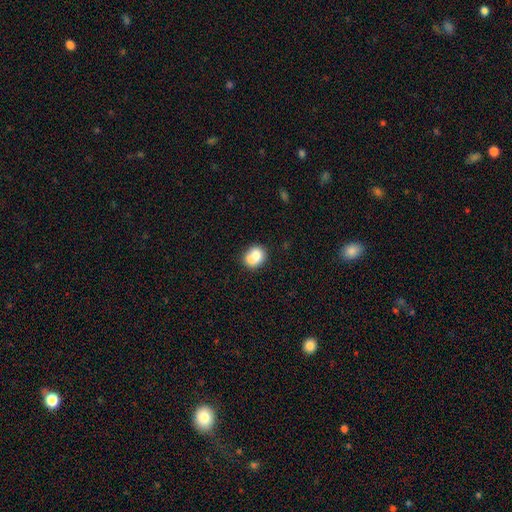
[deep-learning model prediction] This is likely a smooth galaxy (76%). How rounded: likely round (63%). Merging: possibly none (46%).